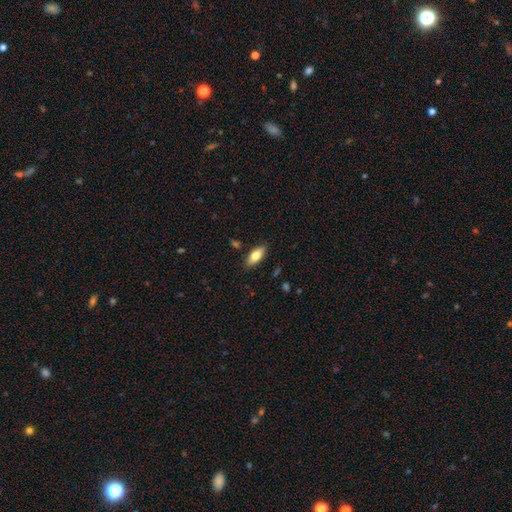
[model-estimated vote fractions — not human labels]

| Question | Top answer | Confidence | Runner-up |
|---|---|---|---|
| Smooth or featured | smooth | 74% | featured or disk (19%) |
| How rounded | in between | 82% | cigar-shaped (16%) |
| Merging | none | 86% | minor disturbance (10%) |